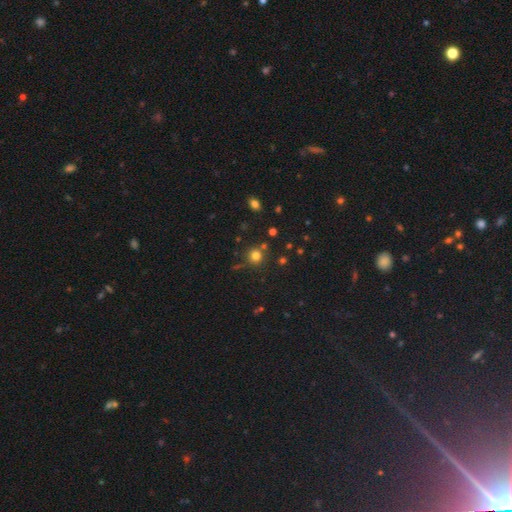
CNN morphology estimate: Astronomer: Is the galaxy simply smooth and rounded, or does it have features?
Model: smooth — 75%.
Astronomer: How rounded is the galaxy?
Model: round — 92%.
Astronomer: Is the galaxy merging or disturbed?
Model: none — 79%.